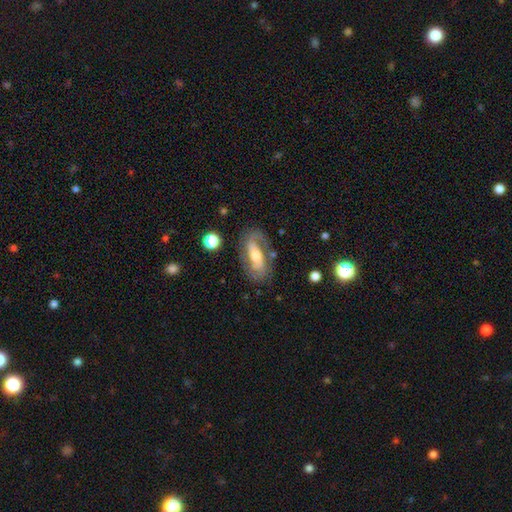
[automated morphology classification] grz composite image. It shows a featured or disk galaxy (73%) with a strong bar (35%), 2 (78%) medium (46%) spiral arms (84%) and a moderate central bulge (59%). Merging: none (72%).